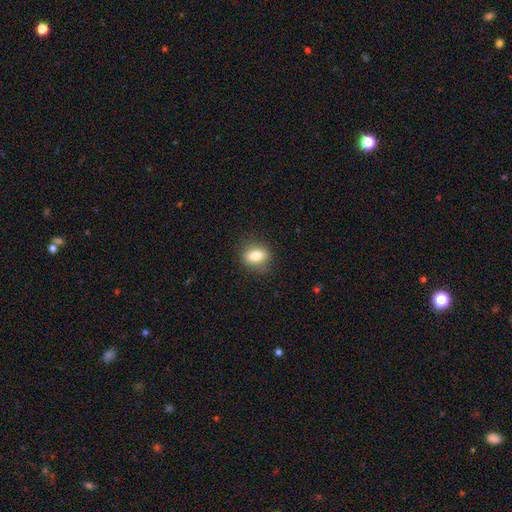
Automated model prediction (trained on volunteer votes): A smooth galaxy with no disk features (79%) that is in between round and cigar-shaped (66%). Merging: none (84%).